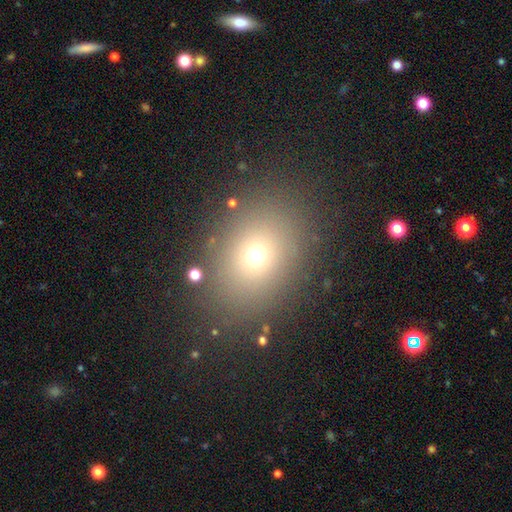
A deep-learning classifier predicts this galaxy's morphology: The model was most divided on "how rounded": in between: 54%, round: 45%, cigar-shaped: 1%. More confident: merging — none (85%); smooth or featured — smooth (68%).